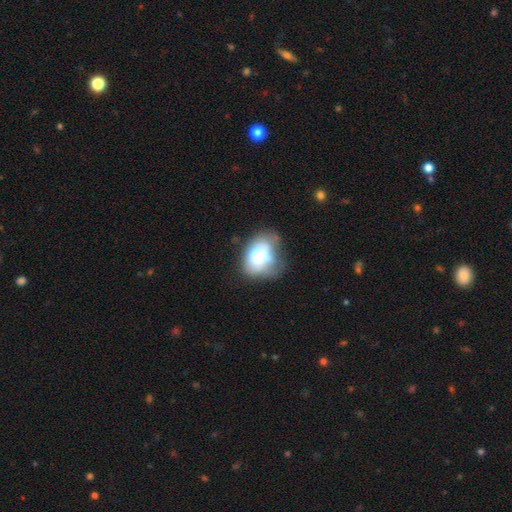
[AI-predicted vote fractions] Morphology: type=smooth (64%); roundness=in between (67%); merging=minor disturbance (33%, tied with none).